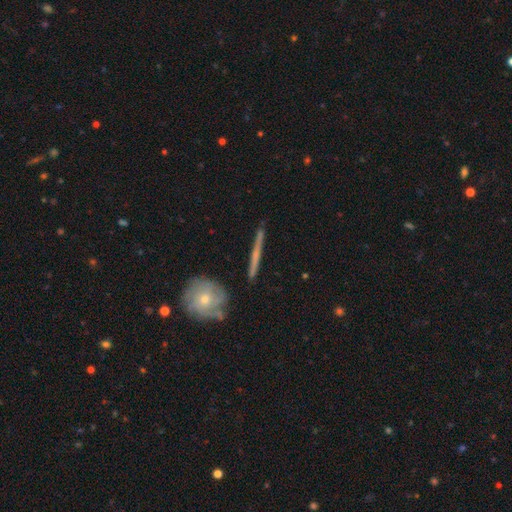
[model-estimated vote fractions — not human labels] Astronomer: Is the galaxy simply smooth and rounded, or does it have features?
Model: featured or disk — 59%.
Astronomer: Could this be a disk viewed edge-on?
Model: yes — 93%.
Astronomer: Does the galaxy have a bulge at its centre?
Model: none — 76%.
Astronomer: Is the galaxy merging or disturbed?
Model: none — 86%.